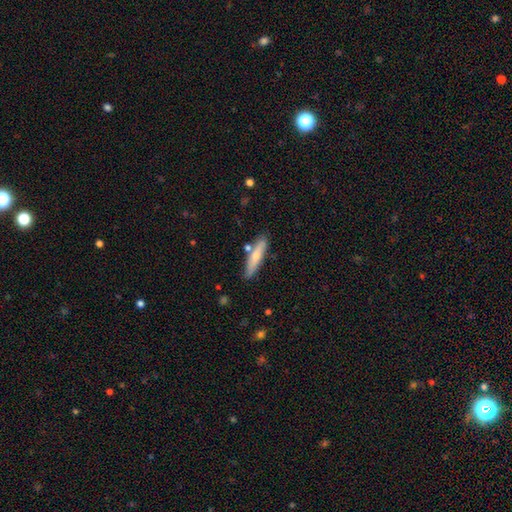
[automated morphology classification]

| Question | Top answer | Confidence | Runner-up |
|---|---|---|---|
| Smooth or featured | smooth | 65% | featured or disk (29%) |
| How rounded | cigar-shaped | 82% | in between (17%) |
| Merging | none | 78% | minor disturbance (13%) |